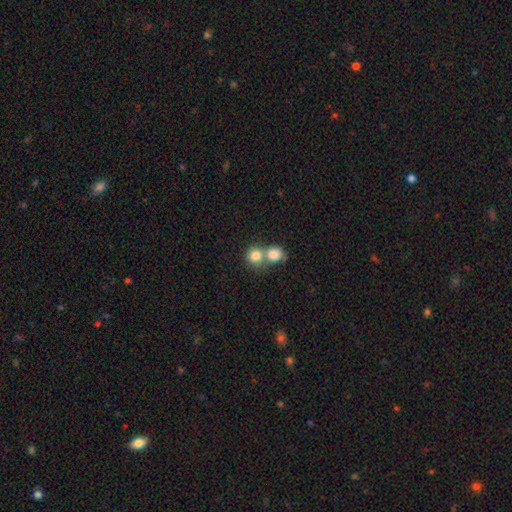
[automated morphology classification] smooth_or_featured: smooth (p=0.81) [alt: star or artifact p=0.09]
how_rounded: round (p=0.84) [alt: in between p=0.15]
merging: merger (p=0.56) [alt: none p=0.36]